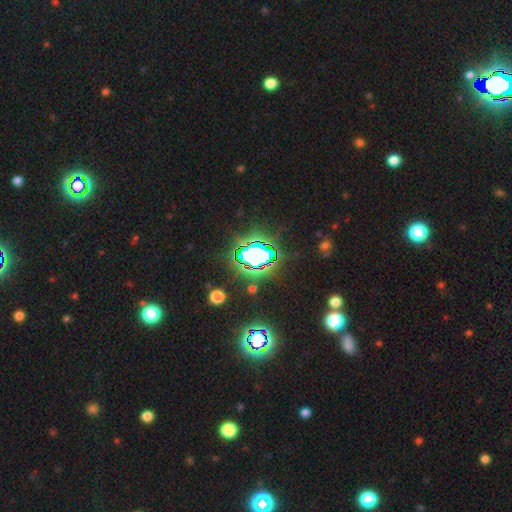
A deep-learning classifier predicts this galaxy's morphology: smooth_or_featured: star or artifact (p=0.69) [alt: smooth p=0.18]